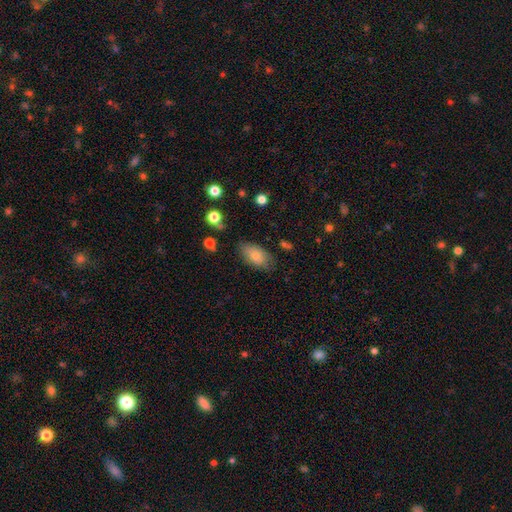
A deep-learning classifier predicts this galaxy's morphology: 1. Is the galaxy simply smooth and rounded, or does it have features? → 79% smooth, 14% featured or disk, 7% star or artifact.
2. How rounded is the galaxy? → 92% in between, 5% round, 3% cigar-shaped.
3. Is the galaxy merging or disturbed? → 73% none, 20% minor disturbance, 5% major disturbance, 2% merger.